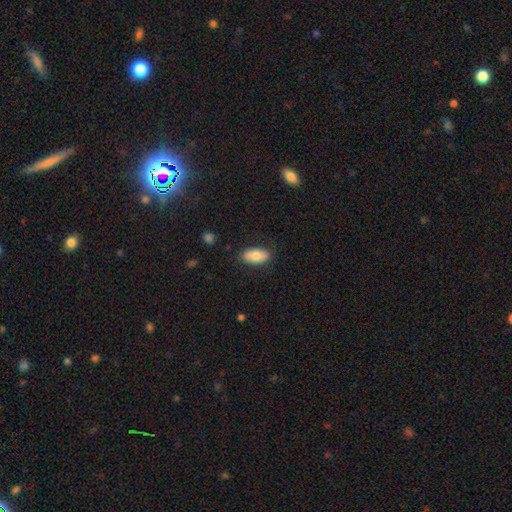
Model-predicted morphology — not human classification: type=smooth (80%); roundness=in between (93%); merging=none (82%).